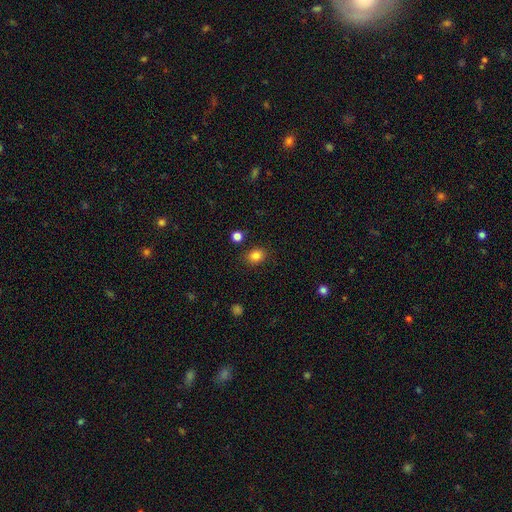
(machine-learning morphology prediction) smooth 84%, star or artifact 11%, featured or disk 5%. Down the decision tree: how rounded — round (50%); merging — none (84%).